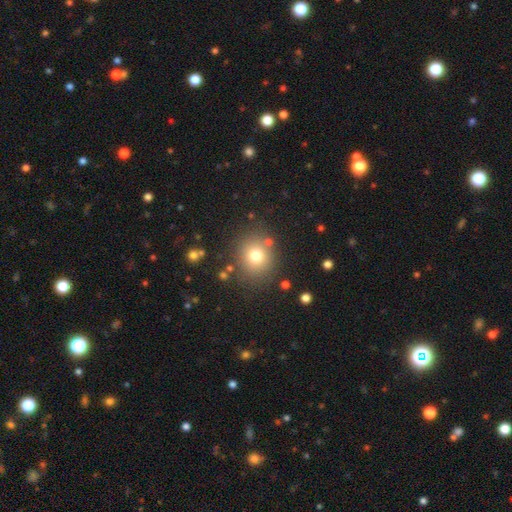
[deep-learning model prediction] This is likely a smooth galaxy (75%). How rounded: clearly round (81%). Merging: clearly none (82%).